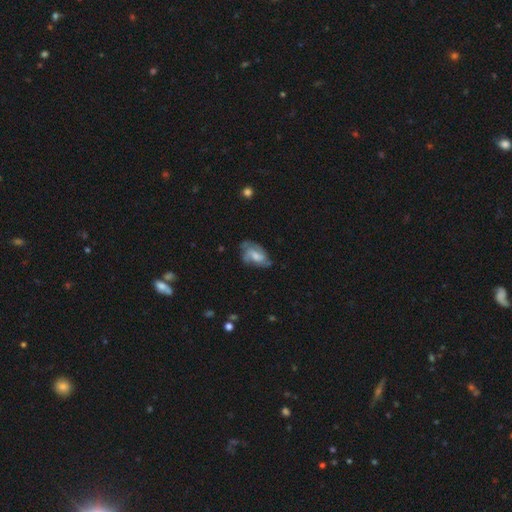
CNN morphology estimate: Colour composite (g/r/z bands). It shows a featured or disk galaxy (64%) with no bar (45%), 2 (36%) medium (45%) spiral arms (87%) and a moderate central bulge (42%). Merging: none (56%).